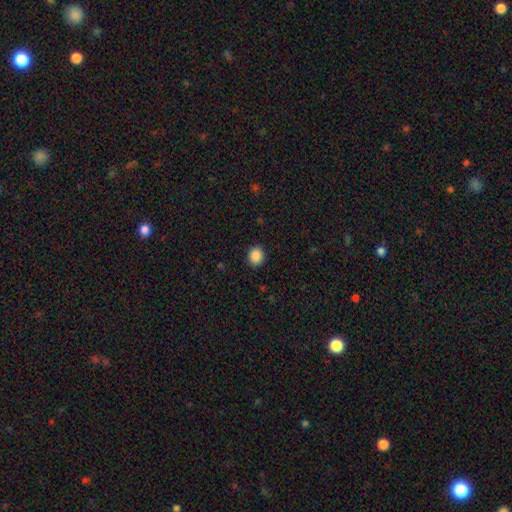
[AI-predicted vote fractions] This is clearly a smooth galaxy (88%). How rounded: likely round (66%). Merging: clearly none (90%).